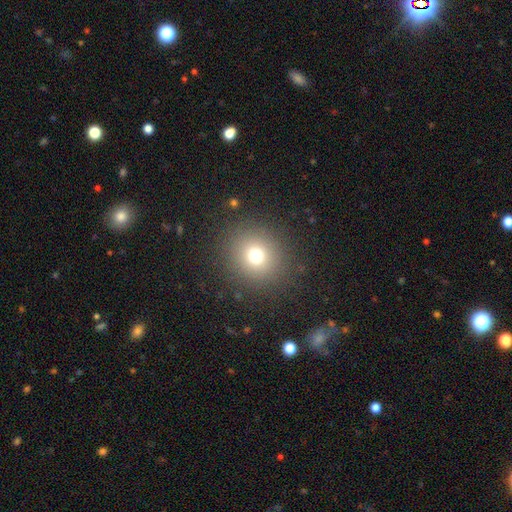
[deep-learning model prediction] Smooth or featured?
  - smooth: 71% *
  - star or artifact: 18%
  - featured or disk: 10%
How rounded?
  - round: 91% *
  - in between: 8%
  - cigar-shaped: 1%
Merging?
  - none: 88% *
  - minor disturbance: 7%
  - major disturbance: 4%
  - merger: 1%